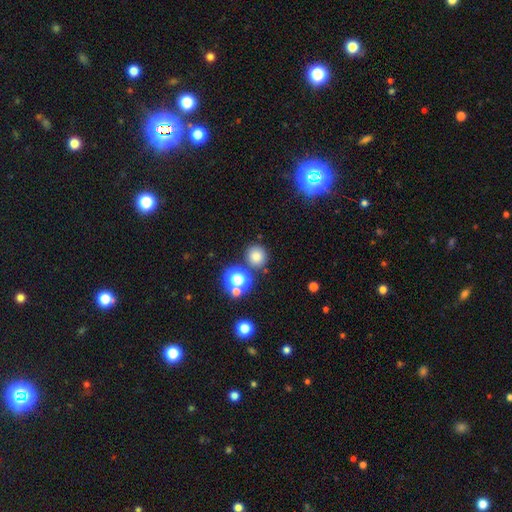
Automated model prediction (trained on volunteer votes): Morphology: type=smooth (76%); roundness=round (90%); merging=none (79%).